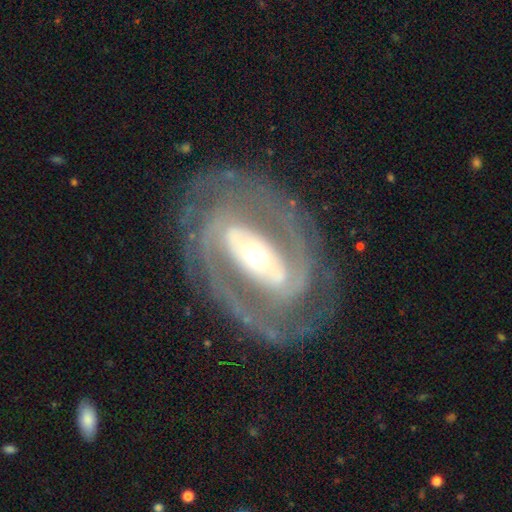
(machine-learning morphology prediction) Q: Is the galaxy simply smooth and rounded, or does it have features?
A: featured or disk — 90%.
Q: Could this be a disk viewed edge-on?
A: no — 96%.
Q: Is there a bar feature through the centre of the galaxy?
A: strong — 58%.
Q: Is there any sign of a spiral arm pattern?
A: yes — 95%.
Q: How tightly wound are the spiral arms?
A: tight — 58%.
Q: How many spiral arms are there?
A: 2 — 70%.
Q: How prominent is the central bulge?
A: moderate — 52%.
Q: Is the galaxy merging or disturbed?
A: none — 79%.